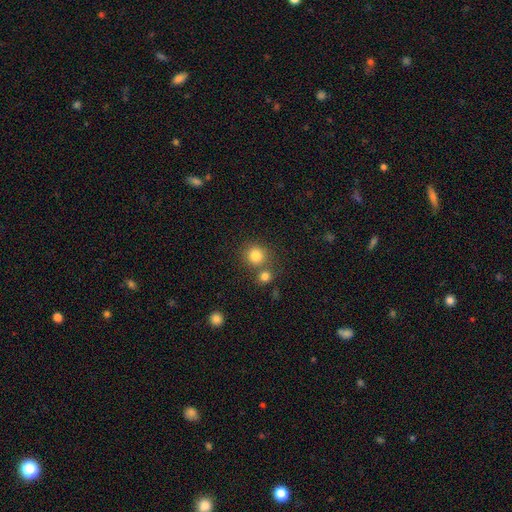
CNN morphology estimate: Overall: smooth (81%). How rounded: round (90%). Merging: none (67%).